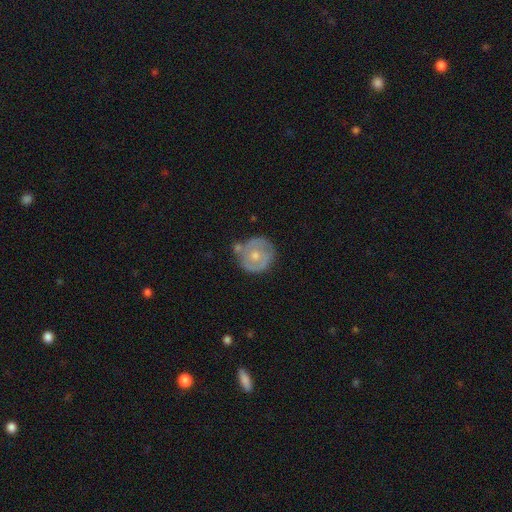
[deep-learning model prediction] Smooth or featured? featured or disk (52%)
Edge-on disk? no (96%)
Merging? none (62%)